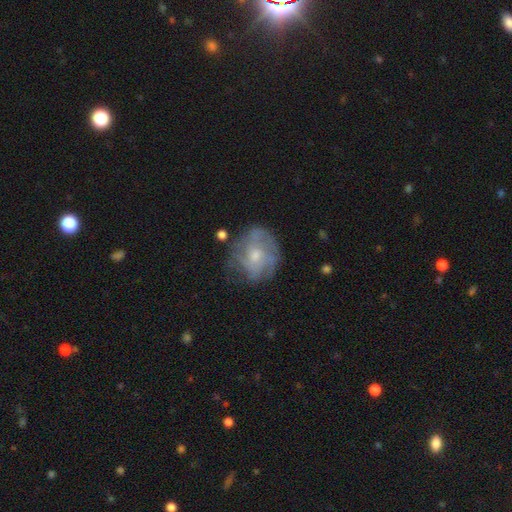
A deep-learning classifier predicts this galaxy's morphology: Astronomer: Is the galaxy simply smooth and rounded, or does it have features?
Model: featured or disk — 64%.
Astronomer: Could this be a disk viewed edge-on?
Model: no — 97%.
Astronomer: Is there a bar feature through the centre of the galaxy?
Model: no — 74%.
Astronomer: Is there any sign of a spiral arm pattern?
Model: yes — 71%.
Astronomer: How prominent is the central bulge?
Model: small — 49% (runner-up: moderate, 44%).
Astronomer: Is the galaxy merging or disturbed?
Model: none — 63%.